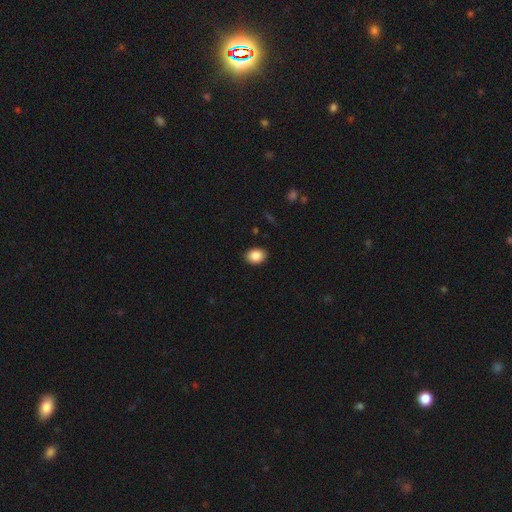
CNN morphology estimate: Smooth or featured? Predicted: smooth (p=0.87). How rounded? Predicted: in between (p=0.58). Merging? Predicted: none (p=0.90).